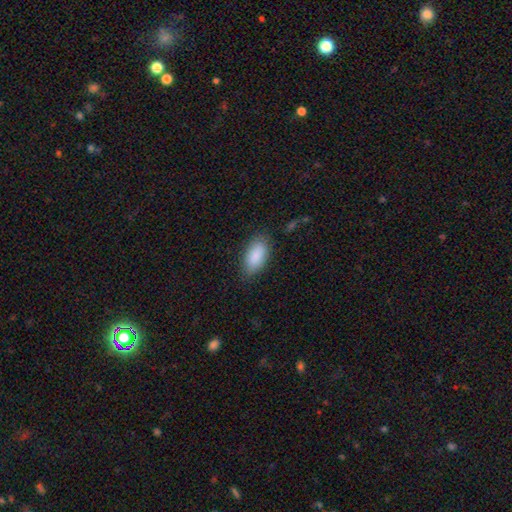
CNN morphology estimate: This appears to be a smooth galaxy with no disk features (89%) that is in between round and cigar-shaped (91%). Merging: none (82%).